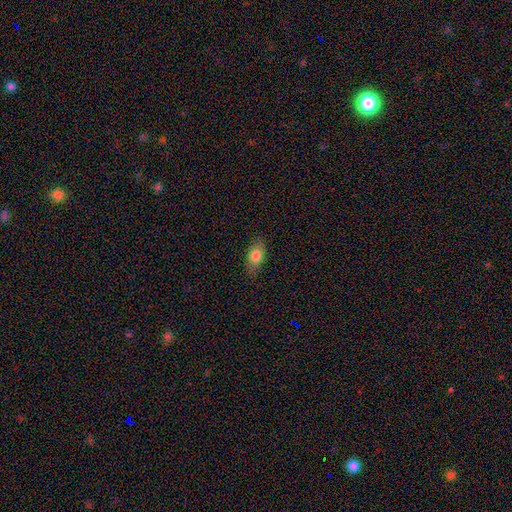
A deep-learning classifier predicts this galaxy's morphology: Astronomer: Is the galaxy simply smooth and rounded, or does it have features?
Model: smooth — 79%.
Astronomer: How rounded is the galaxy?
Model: in between — 85%.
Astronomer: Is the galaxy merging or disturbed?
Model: none — 80%.